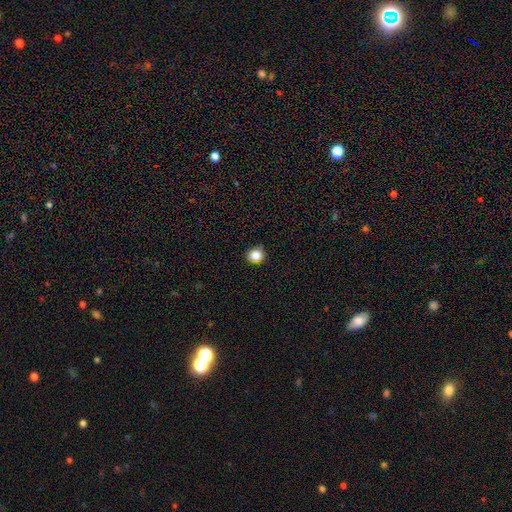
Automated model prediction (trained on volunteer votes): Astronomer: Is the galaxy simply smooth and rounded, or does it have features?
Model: smooth — 85%.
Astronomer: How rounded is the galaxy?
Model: round — 82%.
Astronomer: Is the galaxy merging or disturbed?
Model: none — 88%.